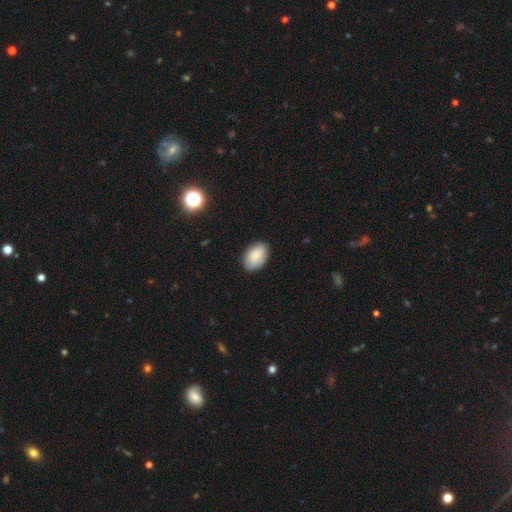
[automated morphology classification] Smooth or featured?
  - smooth: 80% *
  - featured or disk: 12%
  - star or artifact: 8%
How rounded?
  - in between: 89% *
  - round: 10%
  - cigar-shaped: 1%
Merging?
  - none: 82% *
  - minor disturbance: 14%
  - major disturbance: 3%
  - merger: 1%